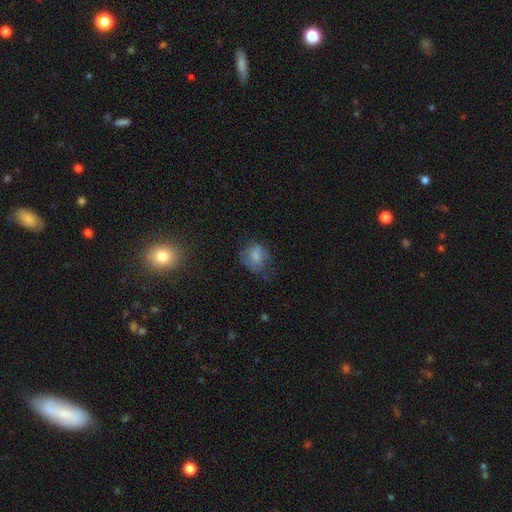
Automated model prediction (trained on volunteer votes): A smooth galaxy with no disk features (65%) that is in between round and cigar-shaped (56%).

Vote fractions:
- Smooth or featured? smooth: 65% / featured or disk: 25% / star or artifact: 10%
- How rounded? in between: 56% / round: 43% / cigar-shaped: 1%
- Merging? none: 47% / minor disturbance: 29% / major disturbance: 22% / merger: 2%